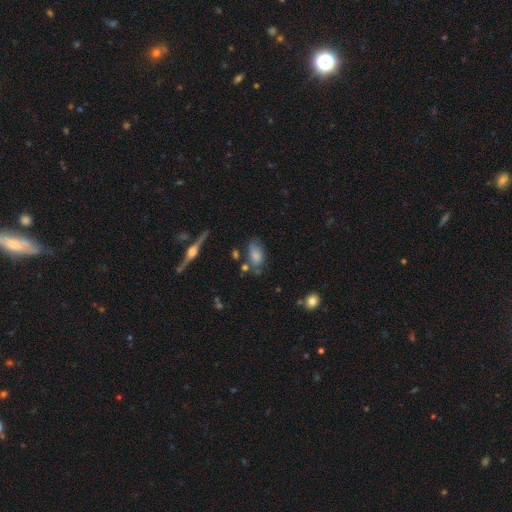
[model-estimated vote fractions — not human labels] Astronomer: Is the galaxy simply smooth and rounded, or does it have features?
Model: smooth — 73%.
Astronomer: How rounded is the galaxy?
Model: in between — 90%.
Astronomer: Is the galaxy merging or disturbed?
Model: none — 56%.